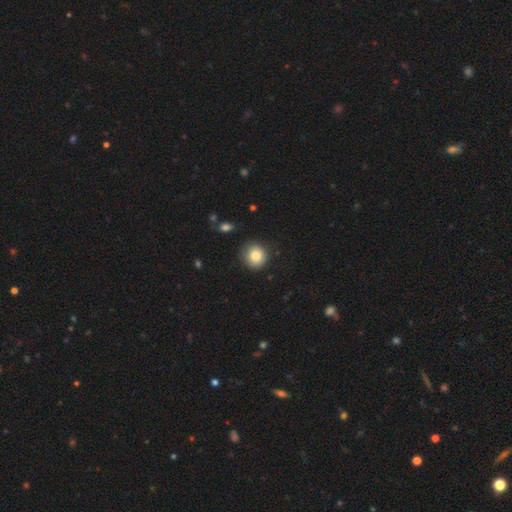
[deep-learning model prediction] Smooth or featured?
  - smooth: 80% *
  - featured or disk: 10%
  - star or artifact: 10%
How rounded?
  - round: 89% *
  - in between: 10%
  - cigar-shaped: 1%
Merging?
  - none: 86% *
  - minor disturbance: 10%
  - major disturbance: 3%
  - merger: 1%